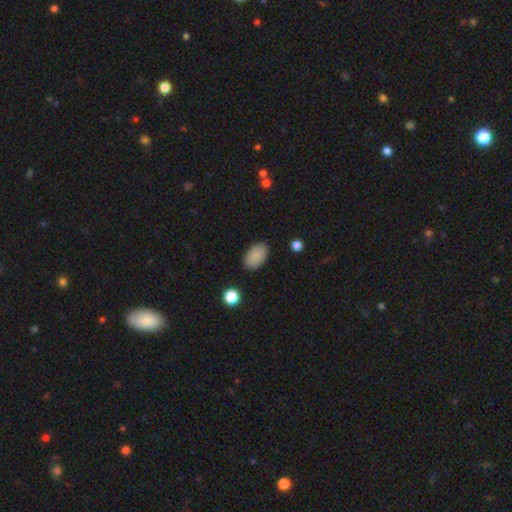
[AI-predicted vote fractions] This is clearly a smooth galaxy (87%). How rounded: clearly in between (91%). Merging: clearly none (86%).